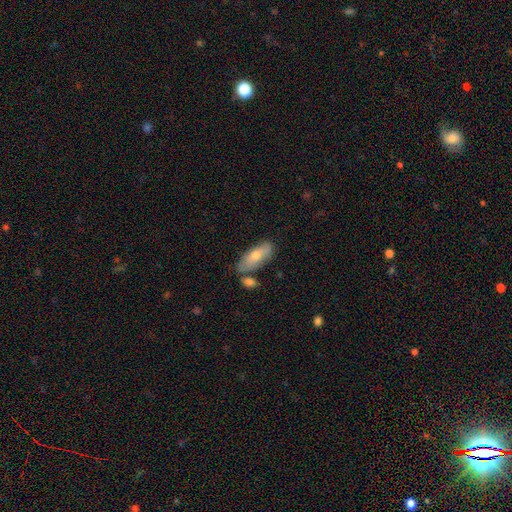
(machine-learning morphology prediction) Q: Smooth or featured?
A: smooth (67%); runner-up: featured or disk (27%)
Q: How rounded?
A: in between (77%); runner-up: cigar-shaped (21%)
Q: Merging?
A: none (64%); runner-up: minor disturbance (17%)